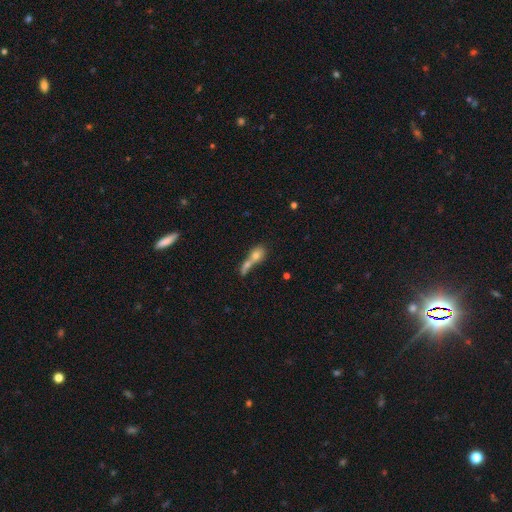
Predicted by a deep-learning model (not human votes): Smooth or featured?
  - smooth: 66% *
  - featured or disk: 24%
  - star or artifact: 10%
How rounded?
  - in between: 51% *
  - round: 29%
  - cigar-shaped: 19%
Merging?
  - merger: 67% *
  - none: 18%
  - major disturbance: 8%
  - minor disturbance: 7%